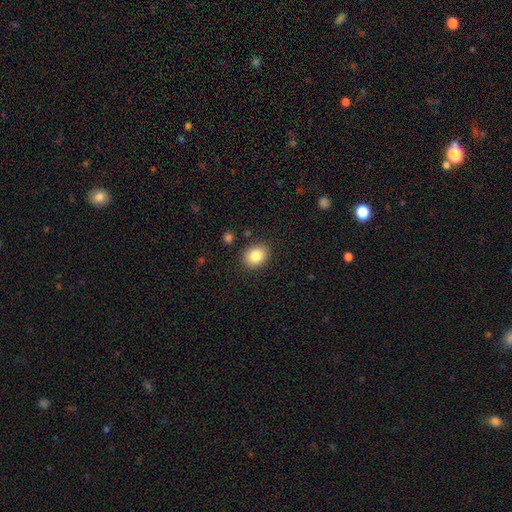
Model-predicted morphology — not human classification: Q: Smooth or featured?
A: smooth (86%); runner-up: star or artifact (8%)
Q: How rounded?
A: in between (53%); runner-up: round (46%)
Q: Merging?
A: none (87%); runner-up: minor disturbance (9%)